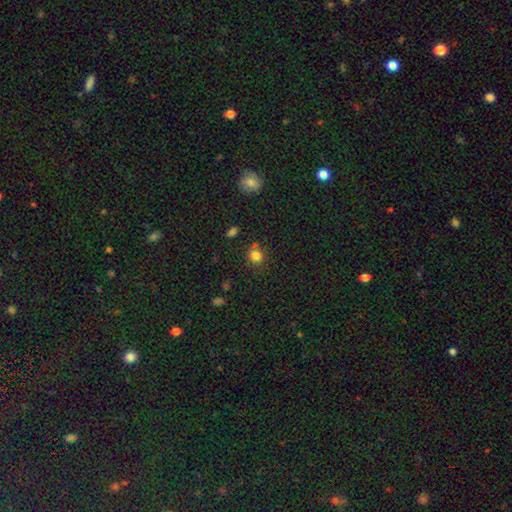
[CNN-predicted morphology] smooth_or_featured: smooth (p=0.80) [alt: star or artifact p=0.14]
how_rounded: round (p=0.82) [alt: in between p=0.17]
merging: none (p=0.70) [alt: minor disturbance p=0.13]